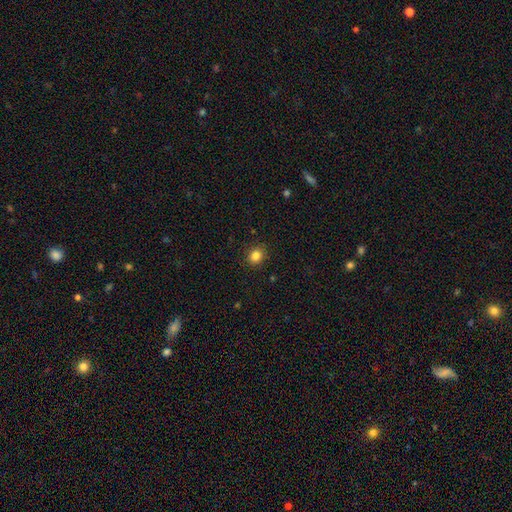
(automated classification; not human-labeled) Smooth or featured: smooth — 84% (star or artifact — 11%)
How rounded: round — 69% (in between — 30%)
Merging: none — 89% (minor disturbance — 8%)